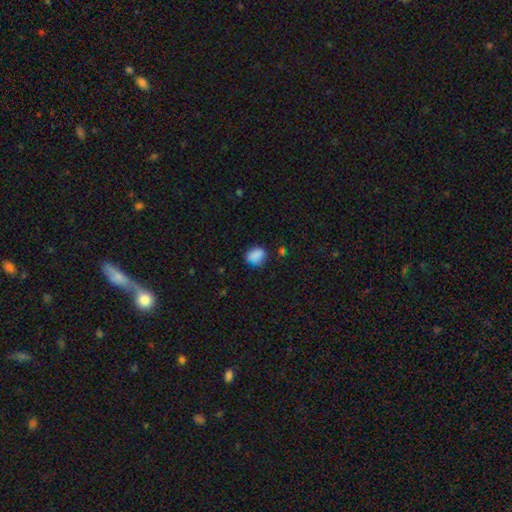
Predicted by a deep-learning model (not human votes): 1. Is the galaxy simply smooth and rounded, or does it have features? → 81% smooth, 10% star or artifact, 9% featured or disk.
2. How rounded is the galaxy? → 55% in between, 43% round, 2% cigar-shaped.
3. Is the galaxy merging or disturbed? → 63% none, 25% minor disturbance, 7% major disturbance, 5% merger.